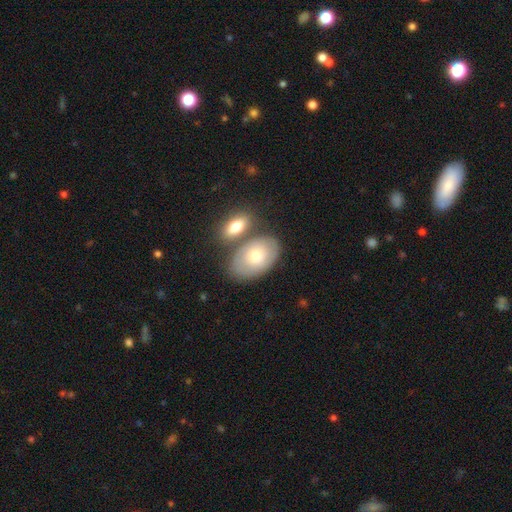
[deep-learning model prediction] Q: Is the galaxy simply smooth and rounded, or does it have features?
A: smooth — 63%.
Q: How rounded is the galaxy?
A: in between — 90%.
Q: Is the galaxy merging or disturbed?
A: none — 59%.